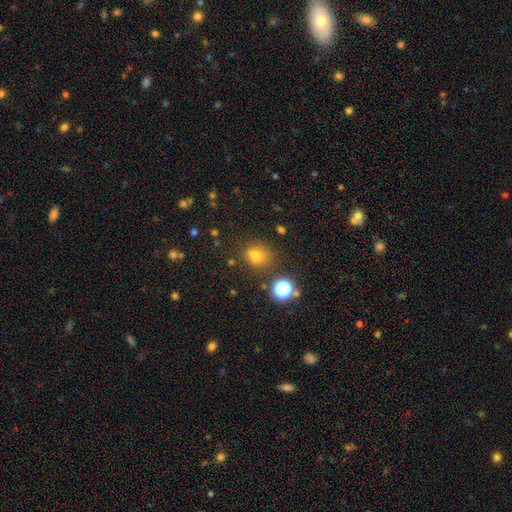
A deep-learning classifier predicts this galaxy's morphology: Q: Smooth or featured?
A: smooth (66%); runner-up: star or artifact (24%)
Q: How rounded?
A: round (61%); runner-up: in between (37%)
Q: Merging?
A: none (66%); runner-up: minor disturbance (15%)